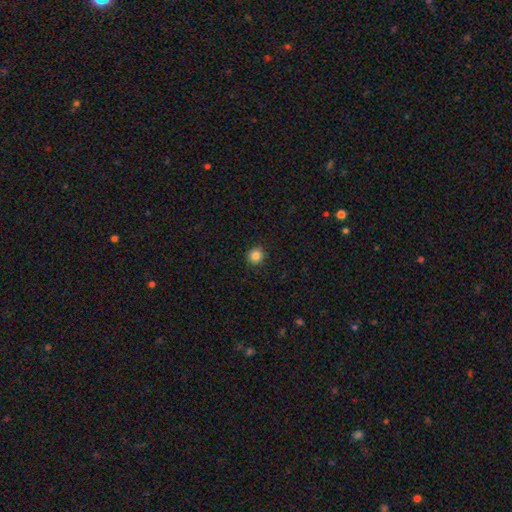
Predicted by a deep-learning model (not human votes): This is clearly a smooth galaxy (85%). How rounded: clearly round (92%). Merging: clearly none (91%).